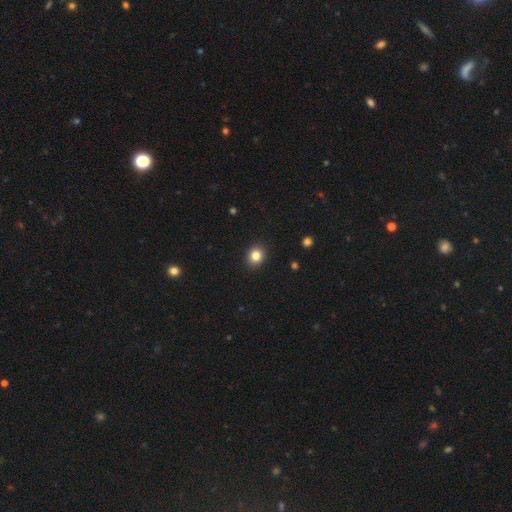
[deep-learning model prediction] Q: Smooth or featured?
A: smooth (83%); runner-up: star or artifact (11%)
Q: How rounded?
A: round (74%); runner-up: in between (25%)
Q: Merging?
A: none (92%); runner-up: minor disturbance (6%)